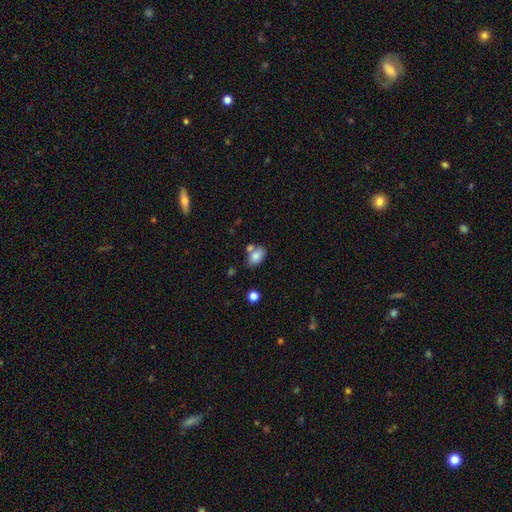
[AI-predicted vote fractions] A smooth galaxy with no disk features (83%) that is in between round and cigar-shaped (90%).

Vote fractions:
- Smooth or featured? smooth: 83% / star or artifact: 8% / featured or disk: 8%
- How rounded? in between: 90% / round: 9% / cigar-shaped: 2%
- Merging? none: 59% / merger: 21% / minor disturbance: 16% / major disturbance: 5%